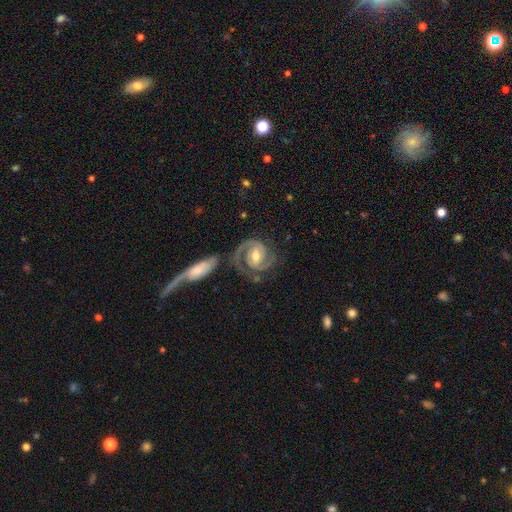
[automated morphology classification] Smooth or featured? featured or disk (91%)
Edge-on disk? no (97%)
Bar? weak (40%)
Spiral arms? yes (98%)
Spiral winding? tight (57%)
Spiral arm count? 2 (90%)
Bulge size? moderate (70%)
Merging? none (69%)